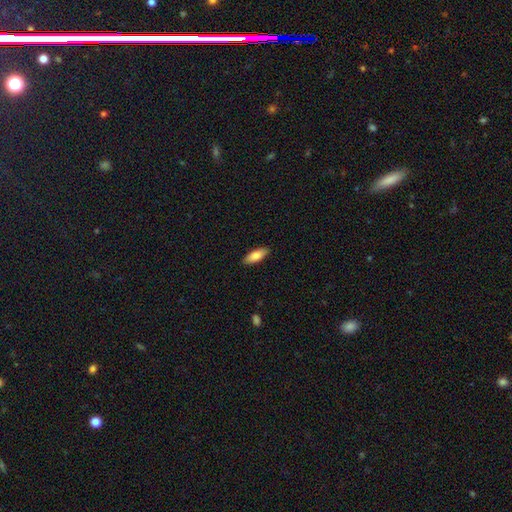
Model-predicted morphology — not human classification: Overall: smooth (82%). How rounded: in between (73%). Merging: none (89%).